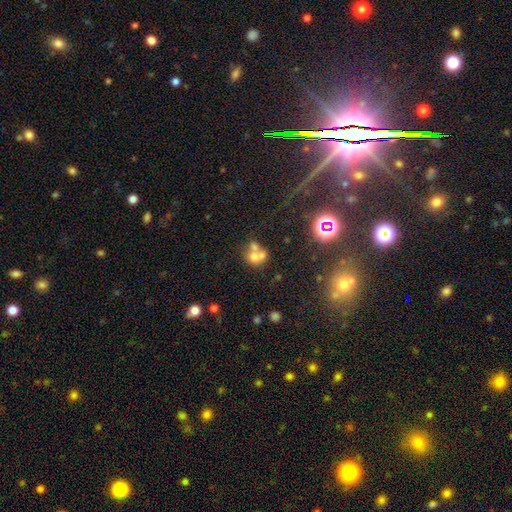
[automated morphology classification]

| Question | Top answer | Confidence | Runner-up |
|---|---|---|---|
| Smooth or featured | smooth | 59% | featured or disk (23%) |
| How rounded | round | 67% | in between (32%) |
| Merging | merger | 61% | none (28%) |